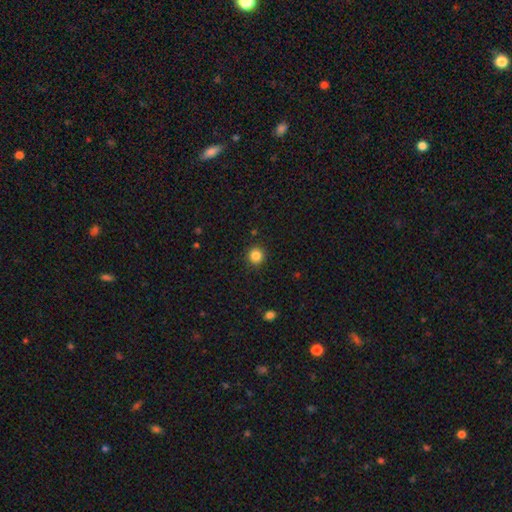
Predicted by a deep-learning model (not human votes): smooth_or_featured: smooth (p=0.85) [alt: star or artifact p=0.11]
how_rounded: round (p=0.94) [alt: in between p=0.05]
merging: none (p=0.92) [alt: minor disturbance p=0.05]